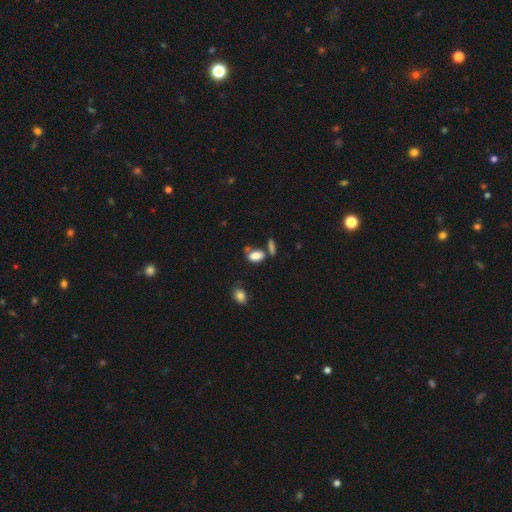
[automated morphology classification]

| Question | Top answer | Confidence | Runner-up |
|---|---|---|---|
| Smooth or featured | smooth | 83% | star or artifact (10%) |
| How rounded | in between | 88% | round (8%) |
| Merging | none | 53% | merger (22%) |